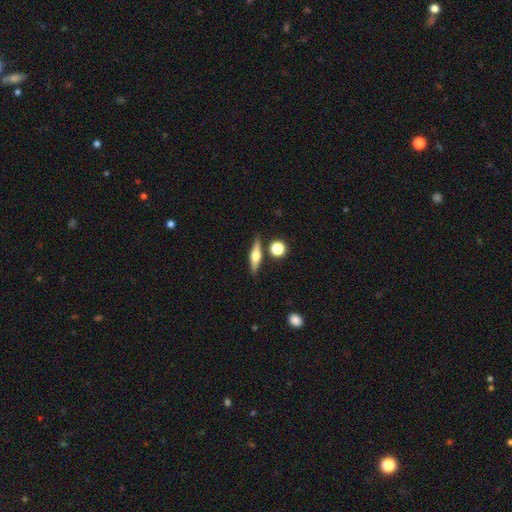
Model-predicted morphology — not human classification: Overall: featured or disk (55%; smooth 37%). Edge-on disk: yes (94%). Edge-on bulge: rounded (93%). Merging: none (81%).